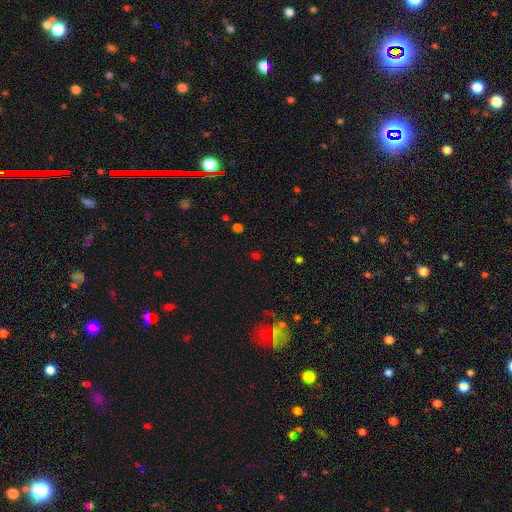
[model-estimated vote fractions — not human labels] This appears to be a smooth galaxy with no disk features (48%). Merging: none (77%).